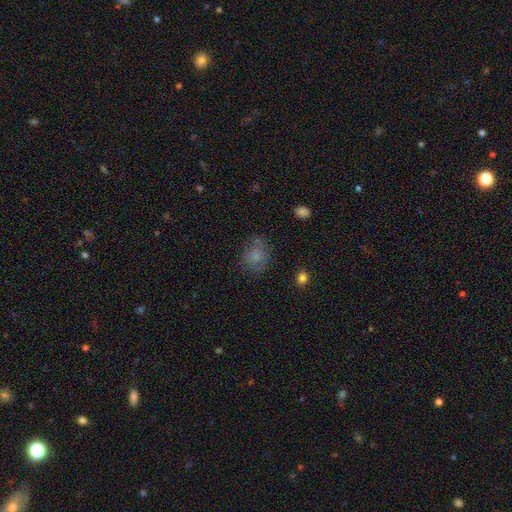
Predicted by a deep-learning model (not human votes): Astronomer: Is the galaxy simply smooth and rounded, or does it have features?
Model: smooth — 76%.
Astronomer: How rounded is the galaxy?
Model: round — 65%.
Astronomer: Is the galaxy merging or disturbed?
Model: none — 69%.